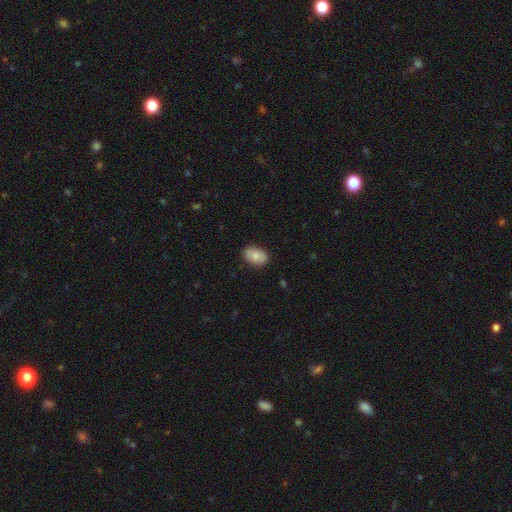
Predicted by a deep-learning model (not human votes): This is likely a smooth galaxy (78%). How rounded: clearly in between (87%). Merging: clearly none (86%).